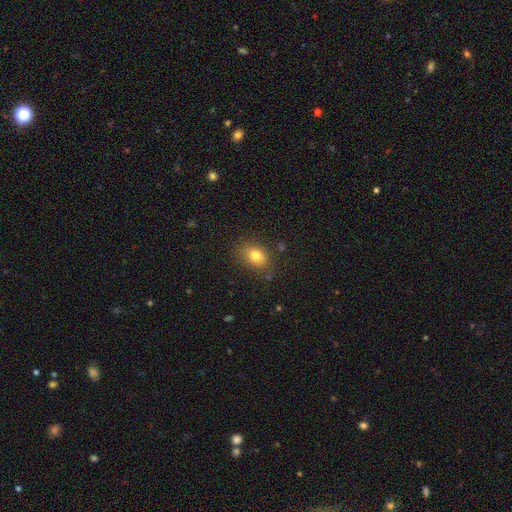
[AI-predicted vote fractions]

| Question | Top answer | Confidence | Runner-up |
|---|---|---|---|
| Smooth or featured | smooth | 80% | star or artifact (11%) |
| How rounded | in between | 71% | round (28%) |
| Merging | none | 82% | minor disturbance (12%) |